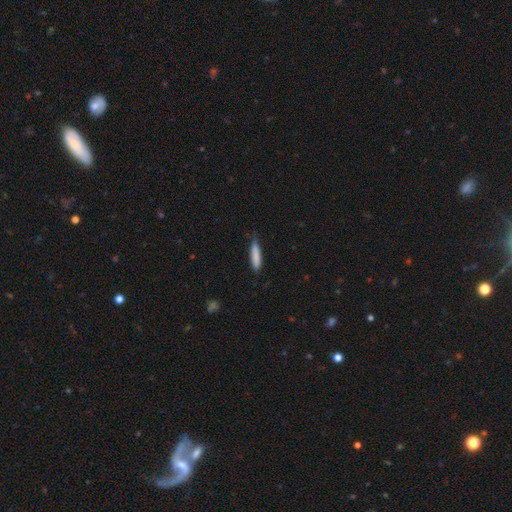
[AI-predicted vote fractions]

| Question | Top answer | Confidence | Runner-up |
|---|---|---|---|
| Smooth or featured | smooth | 84% | featured or disk (10%) |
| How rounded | cigar-shaped | 84% | in between (14%) |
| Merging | none | 72% | minor disturbance (23%) |